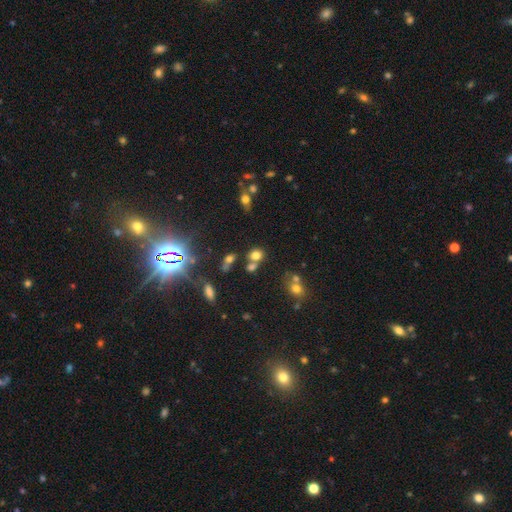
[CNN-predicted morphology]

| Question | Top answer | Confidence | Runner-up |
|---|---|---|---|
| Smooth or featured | smooth | 71% | star or artifact (20%) |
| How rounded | round | 63% | in between (36%) |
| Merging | none | 52% | merger (32%) |